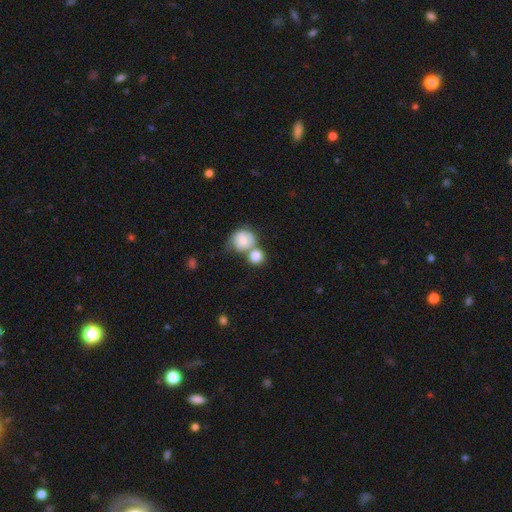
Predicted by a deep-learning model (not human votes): Smooth or featured? Predicted: smooth (p=0.78). How rounded? Predicted: round (p=0.81). Merging? Predicted: merger (p=0.54).